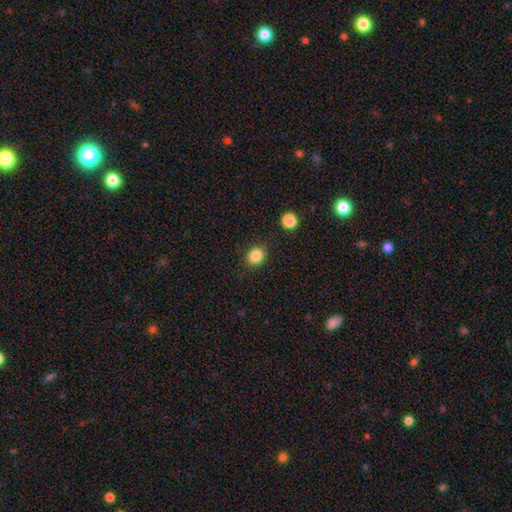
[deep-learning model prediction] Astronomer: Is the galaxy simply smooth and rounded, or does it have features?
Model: smooth — 85%.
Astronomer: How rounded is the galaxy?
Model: round — 59% (runner-up: in between, 40%).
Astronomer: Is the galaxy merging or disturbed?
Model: none — 85%.